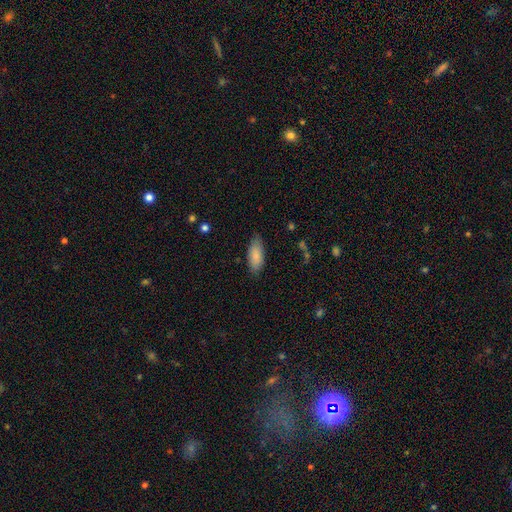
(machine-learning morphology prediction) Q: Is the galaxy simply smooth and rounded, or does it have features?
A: smooth — 85%.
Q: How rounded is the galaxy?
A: in between — 85%.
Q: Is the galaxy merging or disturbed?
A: none — 80%.